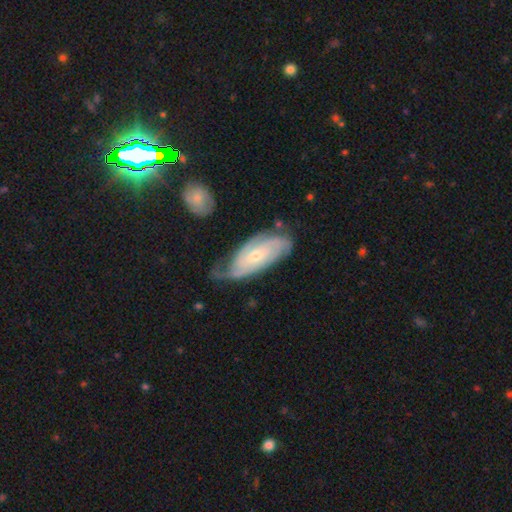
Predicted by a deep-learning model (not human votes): featured or disk 80%, smooth 14%, star or artifact 5%. Down the decision tree: edge-on disk — no (92%); bar — no (60%); spiral arms — yes (95%); spiral arm count — 2 (36%); spiral winding — tight (62%); bulge size — small (56%); merging — none (58%).